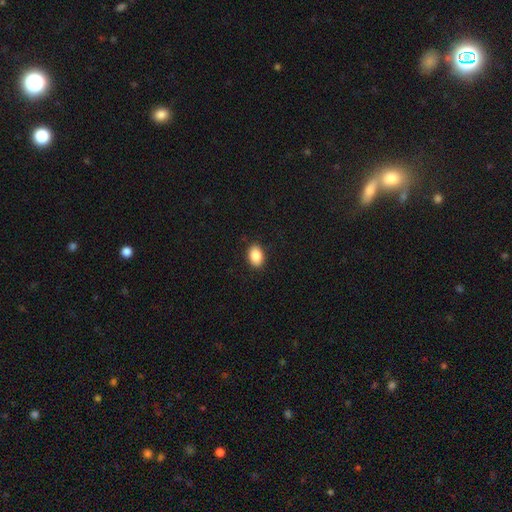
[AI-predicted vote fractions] smooth 88%, star or artifact 8%, featured or disk 5%. Down the decision tree: how rounded — in between (84%); merging — none (89%).